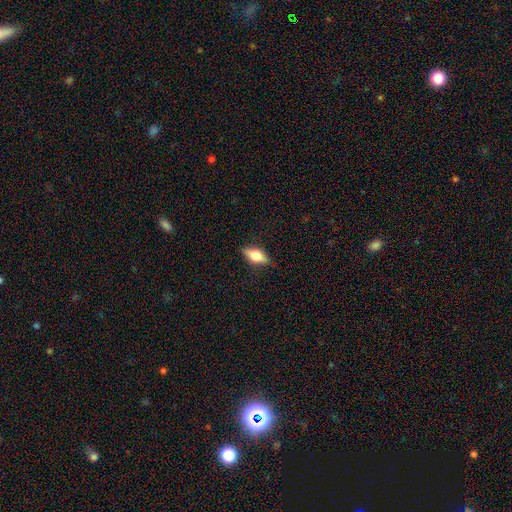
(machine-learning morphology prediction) smooth_or_featured: smooth (p=0.54) [alt: featured or disk p=0.38]
how_rounded: in between (p=0.77) [alt: cigar-shaped p=0.17]
merging: none (p=0.85) [alt: minor disturbance p=0.12]